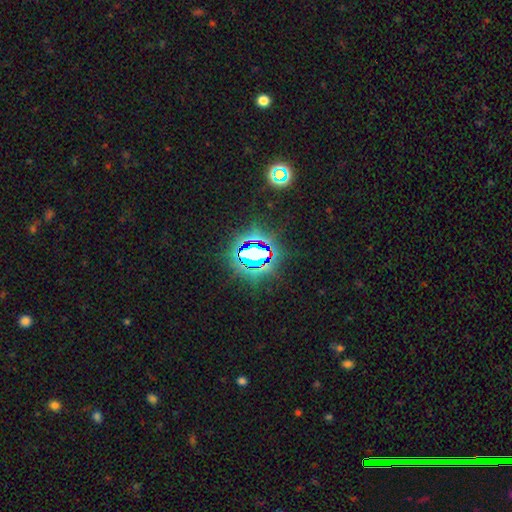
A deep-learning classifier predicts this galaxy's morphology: This is likely a star or artifact rather than a galaxy (79%).